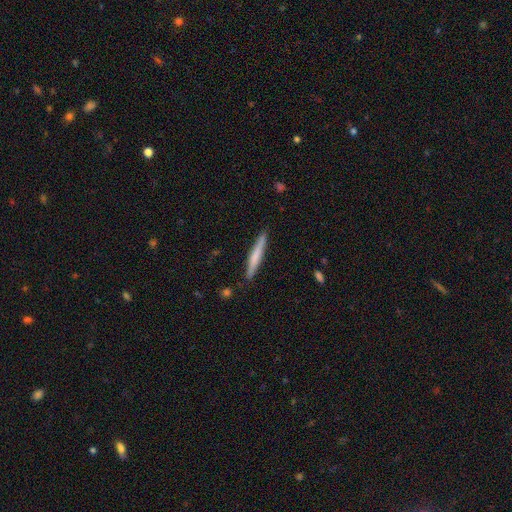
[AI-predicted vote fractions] Smooth or featured? Predicted: smooth (p=0.58). How rounded? Predicted: cigar-shaped (p=0.96). Merging? Predicted: none (p=0.89).